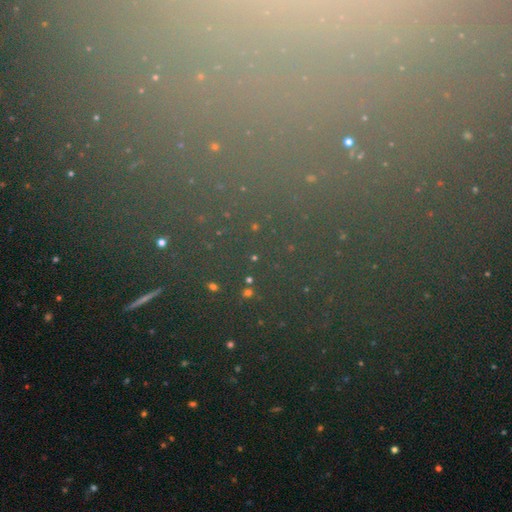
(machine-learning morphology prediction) The model was most divided on "smooth or featured": star or artifact: 74%, smooth: 15%, featured or disk: 11%.